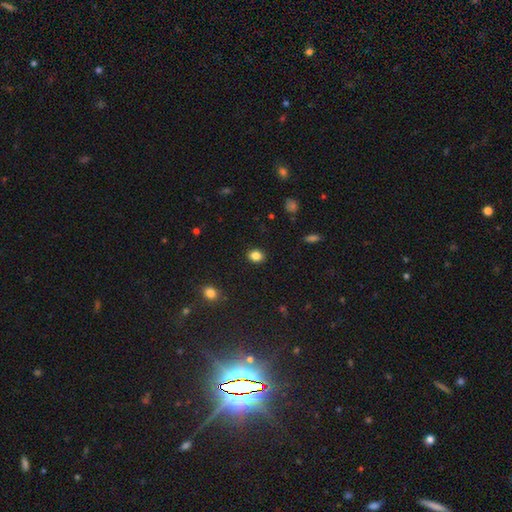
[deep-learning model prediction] Morphology: type=smooth (85%); roundness=round (51%); merging=none (89%).